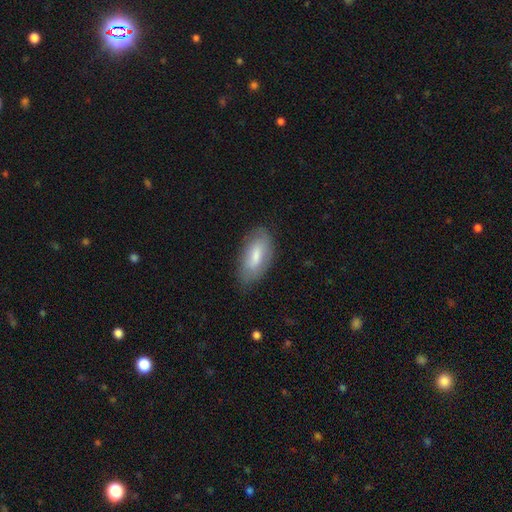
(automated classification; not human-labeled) Q: Smooth or featured?
A: smooth (65%); runner-up: featured or disk (28%)
Q: How rounded?
A: in between (87%); runner-up: cigar-shaped (11%)
Q: Merging?
A: none (73%); runner-up: minor disturbance (22%)